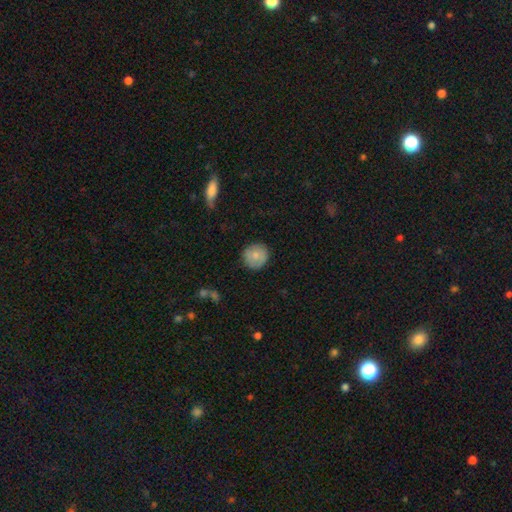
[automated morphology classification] Smooth or featured: smooth — 78% (featured or disk — 15%)
How rounded: round — 93% (in between — 6%)
Merging: none — 86% (minor disturbance — 11%)